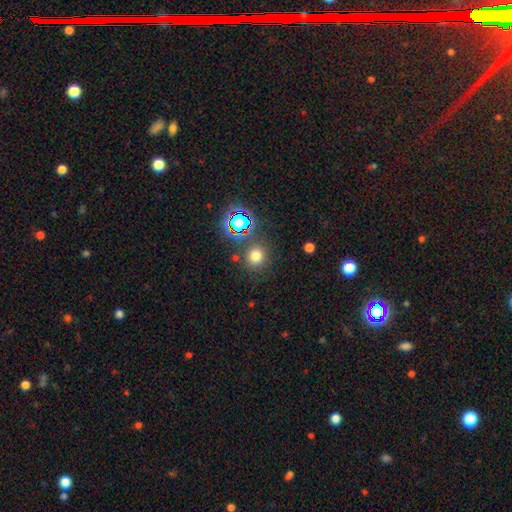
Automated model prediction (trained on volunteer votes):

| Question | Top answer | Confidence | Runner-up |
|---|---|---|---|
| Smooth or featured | smooth | 71% | star or artifact (22%) |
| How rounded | round | 87% | in between (12%) |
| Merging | none | 82% | minor disturbance (9%) |